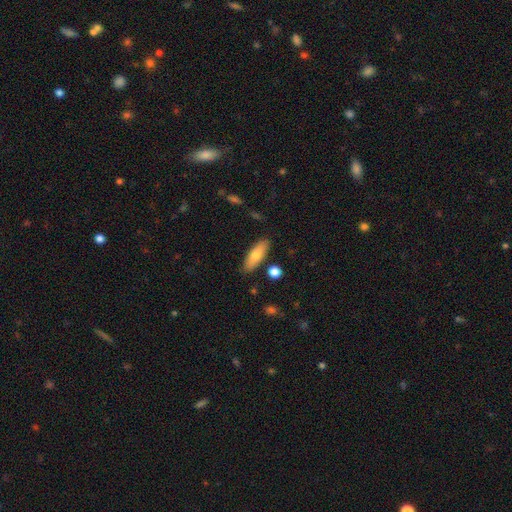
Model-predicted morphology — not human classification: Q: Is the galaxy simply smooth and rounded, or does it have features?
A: smooth — 73%.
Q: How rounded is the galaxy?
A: in between — 57%.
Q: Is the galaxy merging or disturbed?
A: none — 85%.